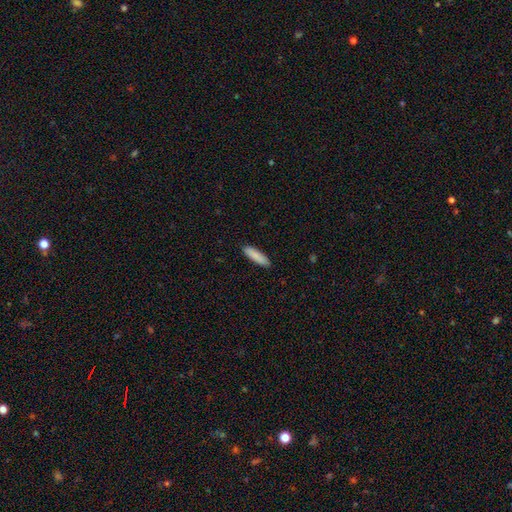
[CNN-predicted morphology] smooth_or_featured: smooth (p=0.88) [alt: featured or disk p=0.06]
how_rounded: cigar-shaped (p=0.67) [alt: in between p=0.32]
merging: none (p=0.91) [alt: minor disturbance p=0.07]